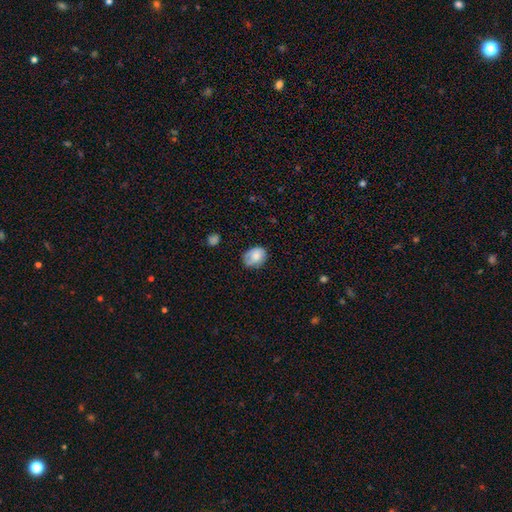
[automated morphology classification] Q: Smooth or featured?
A: smooth (80%); runner-up: featured or disk (13%)
Q: How rounded?
A: in between (63%); runner-up: round (36%)
Q: Merging?
A: none (65%); runner-up: minor disturbance (27%)